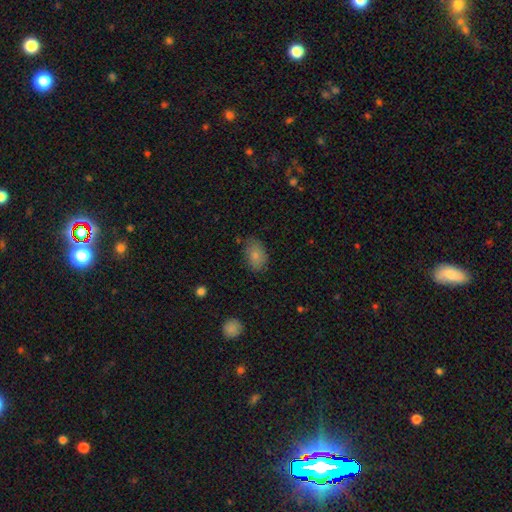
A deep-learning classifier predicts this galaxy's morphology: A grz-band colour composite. It shows a smooth galaxy with no disk features (81%) that is in between round and cigar-shaped (89%). Merging: none (74%).